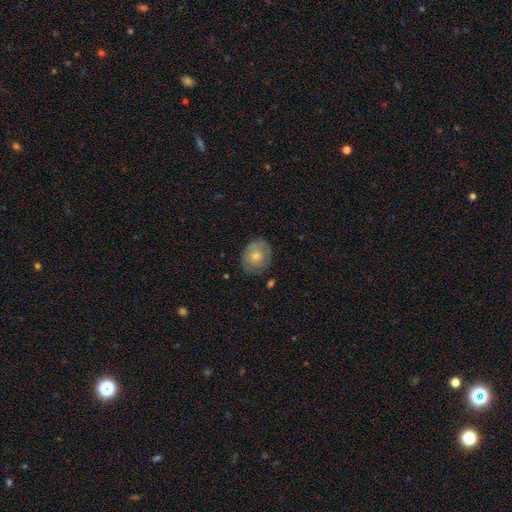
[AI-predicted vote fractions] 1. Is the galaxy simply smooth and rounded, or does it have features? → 61% smooth, 32% featured or disk, 7% star or artifact.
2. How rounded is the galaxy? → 69% round, 30% in between, 1% cigar-shaped.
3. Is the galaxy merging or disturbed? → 74% none, 20% minor disturbance, 5% major disturbance, 2% merger.